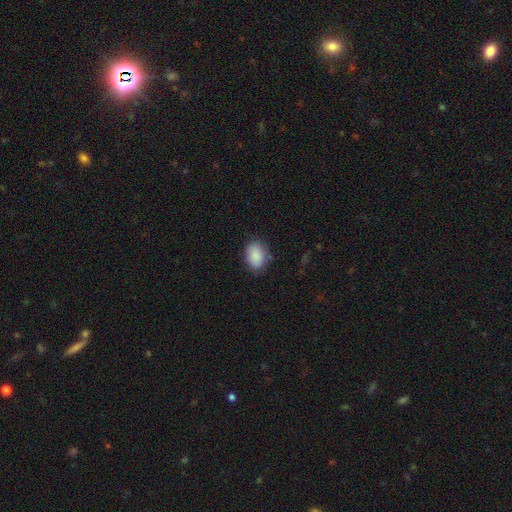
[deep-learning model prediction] smooth-or-featured: smooth: 89% | star or artifact: 7% | featured or disk: 5%
  how-rounded: in between: 82% | round: 17% | cigar-shaped: 1%
  merging: none: 81% | minor disturbance: 15% | major disturbance: 3% | merger: 1%